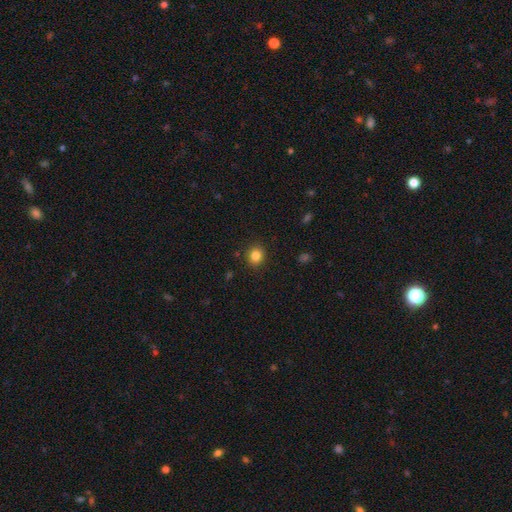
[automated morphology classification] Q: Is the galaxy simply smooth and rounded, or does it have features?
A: smooth — 83%.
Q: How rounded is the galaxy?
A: round — 79%.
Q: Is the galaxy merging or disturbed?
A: none — 89%.